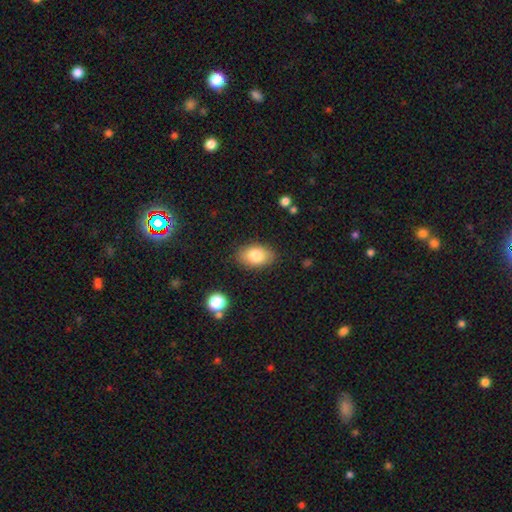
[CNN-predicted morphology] Smooth or featured?
  - smooth: 82% *
  - featured or disk: 11%
  - star or artifact: 7%
How rounded?
  - in between: 90% *
  - round: 9%
  - cigar-shaped: 1%
Merging?
  - none: 85% *
  - minor disturbance: 11%
  - major disturbance: 3%
  - merger: 1%